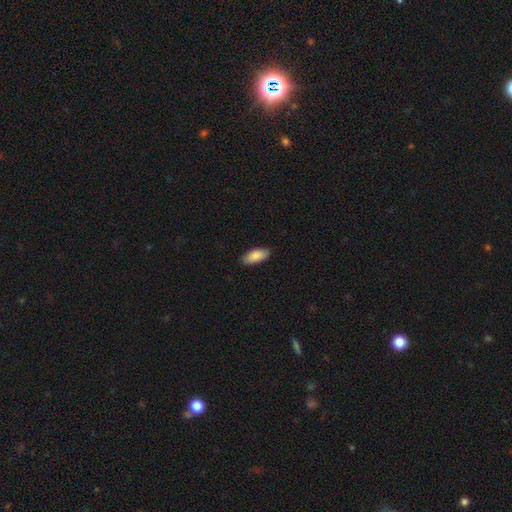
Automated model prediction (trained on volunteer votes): Q: Smooth or featured?
A: smooth (87%); runner-up: featured or disk (8%)
Q: How rounded?
A: in between (86%); runner-up: cigar-shaped (12%)
Q: Merging?
A: none (86%); runner-up: minor disturbance (11%)